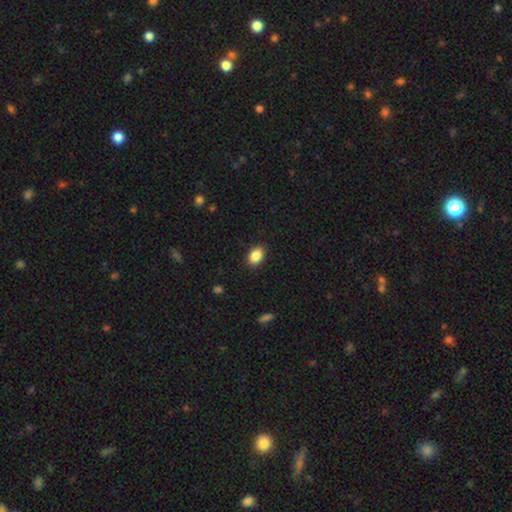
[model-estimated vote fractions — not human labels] Smooth or featured? Predicted: smooth (p=0.88). How rounded? Predicted: in between (p=0.81). Merging? Predicted: none (p=0.89).